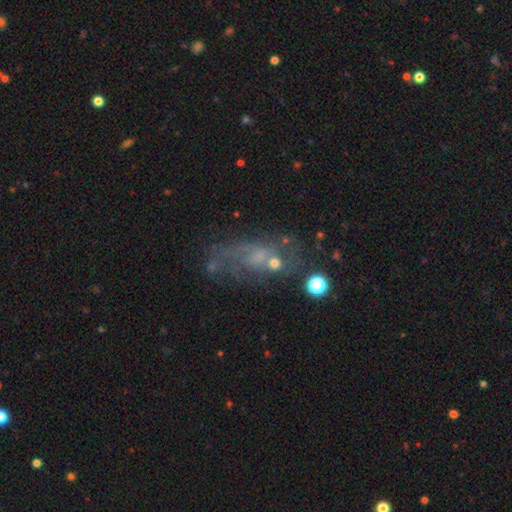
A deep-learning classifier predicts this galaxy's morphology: Overall: featured or disk (52%; smooth 31%). Edge-on disk: no (92%). Merging: none (38%; major disturbance 31%).